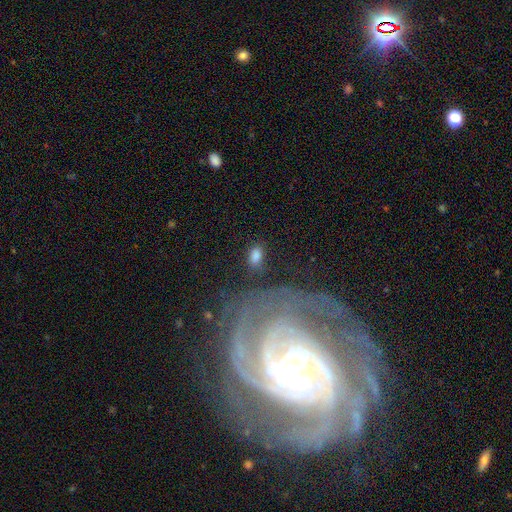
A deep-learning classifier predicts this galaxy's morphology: Q: Smooth or featured?
A: smooth (75%); runner-up: featured or disk (16%)
Q: How rounded?
A: in between (87%); runner-up: round (9%)
Q: Merging?
A: none (72%); runner-up: minor disturbance (15%)